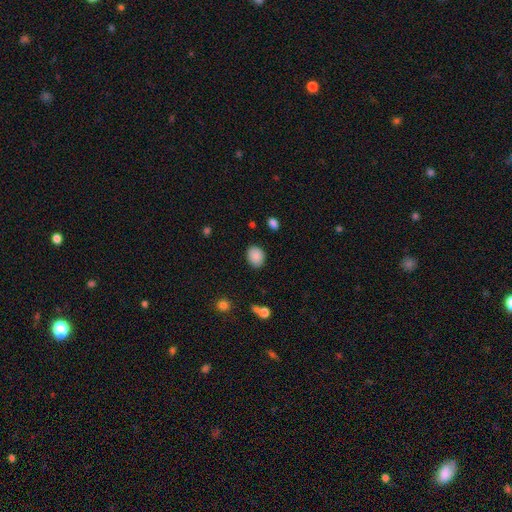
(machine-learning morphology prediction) smooth_or_featured: smooth (p=0.88) [alt: star or artifact p=0.08]
how_rounded: in between (p=0.52) [alt: round p=0.47]
merging: none (p=0.85) [alt: minor disturbance p=0.11]